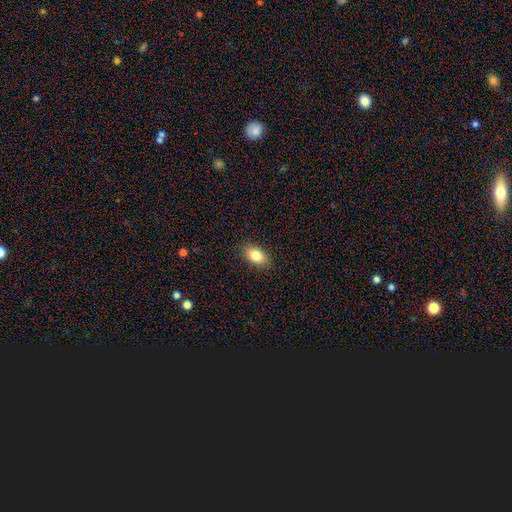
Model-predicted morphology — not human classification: A smooth galaxy with no disk features (83%) that is in between round and cigar-shaped (88%).

Vote fractions:
- Smooth or featured? smooth: 83% / featured or disk: 9% / star or artifact: 8%
- How rounded? in between: 88% / round: 10% / cigar-shaped: 2%
- Merging? none: 88% / minor disturbance: 9% / major disturbance: 2% / merger: 1%